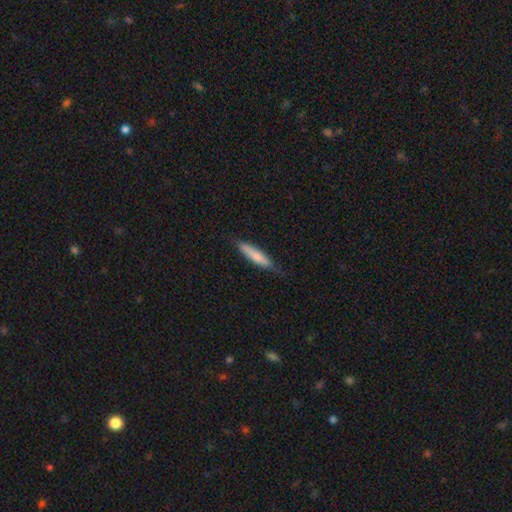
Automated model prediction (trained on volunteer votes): This is likely a smooth galaxy (73%). How rounded: clearly cigar-shaped (84%). Merging: likely none (75%).